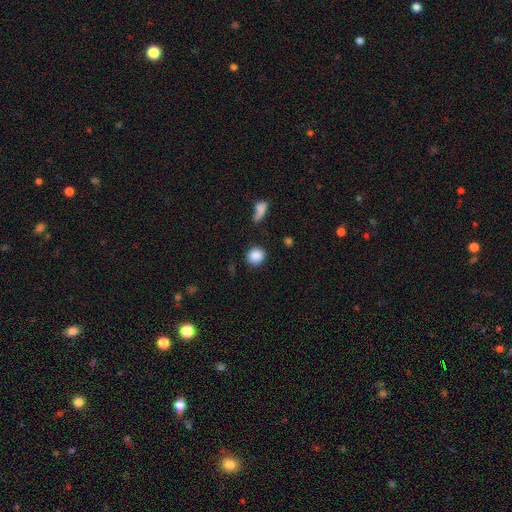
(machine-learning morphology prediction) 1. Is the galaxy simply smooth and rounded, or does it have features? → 88% smooth, 9% star or artifact, 4% featured or disk.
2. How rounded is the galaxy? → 88% round, 11% in between, 1% cigar-shaped.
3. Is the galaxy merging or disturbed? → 85% none, 8% minor disturbance, 4% major disturbance, 4% merger.